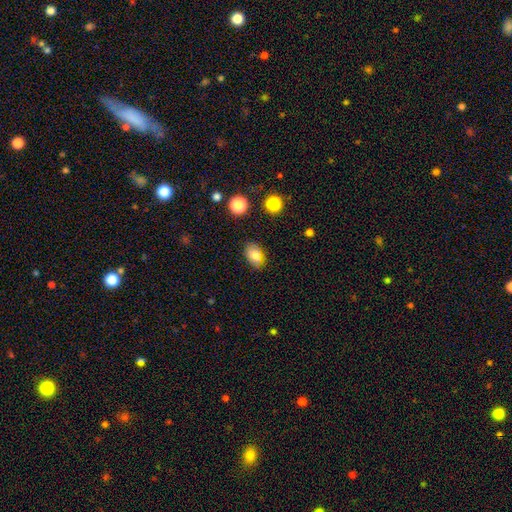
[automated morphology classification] Smooth or featured: smooth — 79% (star or artifact — 11%)
How rounded: in between — 82% (round — 16%)
Merging: none — 79% (minor disturbance — 16%)